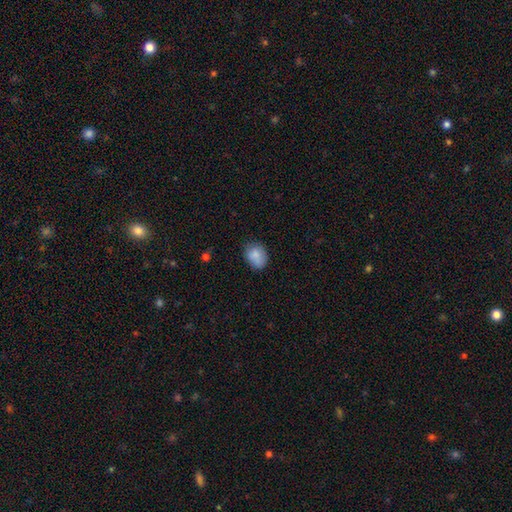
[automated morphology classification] smooth 84%, star or artifact 8%, featured or disk 8%. Down the decision tree: how rounded — in between (57%); merging — none (68%).